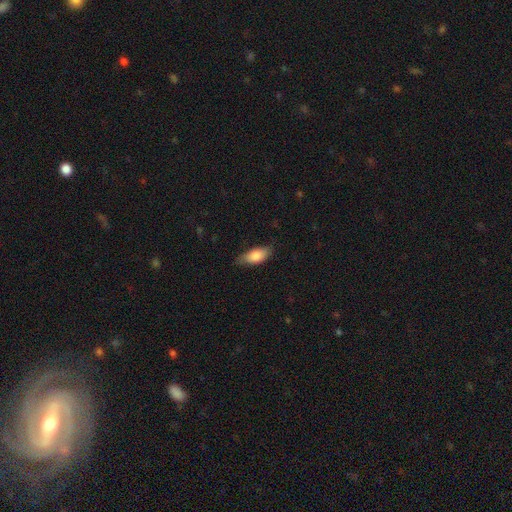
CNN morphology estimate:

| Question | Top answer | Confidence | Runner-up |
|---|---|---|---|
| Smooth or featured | smooth | 81% | featured or disk (13%) |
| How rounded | in between | 85% | cigar-shaped (12%) |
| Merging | none | 71% | minor disturbance (24%) |